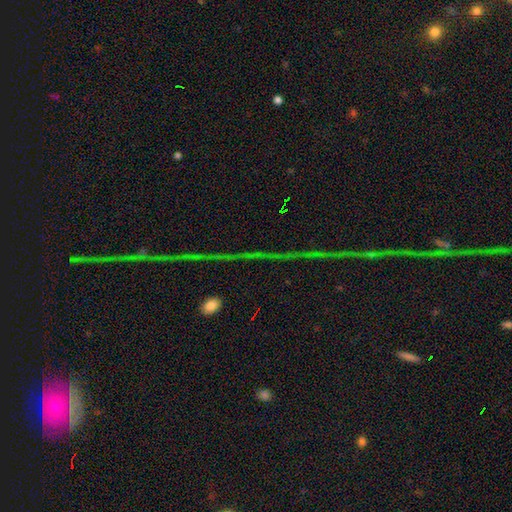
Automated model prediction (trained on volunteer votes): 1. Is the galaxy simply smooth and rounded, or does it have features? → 80% star or artifact, 13% featured or disk, 7% smooth.